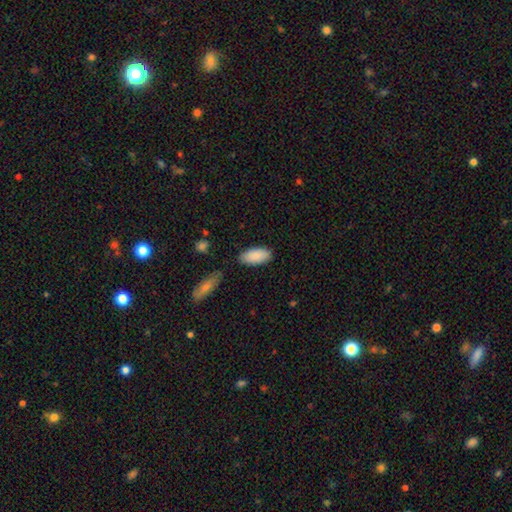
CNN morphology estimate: A smooth galaxy with no disk features (89%) that is in between round and cigar-shaped (91%). Merging: none (83%).